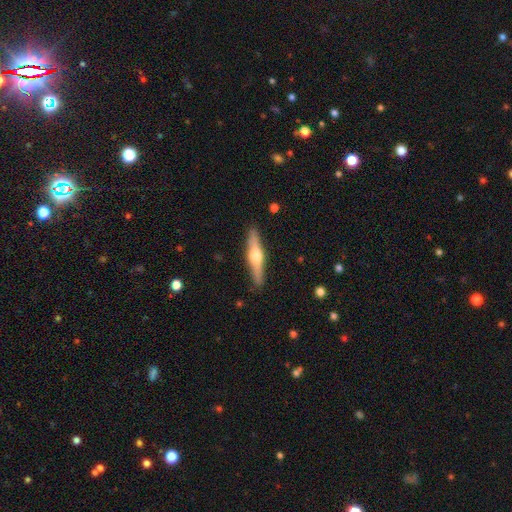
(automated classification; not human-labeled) smooth_or_featured: featured or disk (p=0.65) [alt: smooth p=0.30]
disk_edge_on: yes (p=0.97) [alt: no p=0.03]
edge_on_bulge: rounded (p=0.93) [alt: boxy p=0.05]
merging: none (p=0.89) [alt: minor disturbance p=0.08]